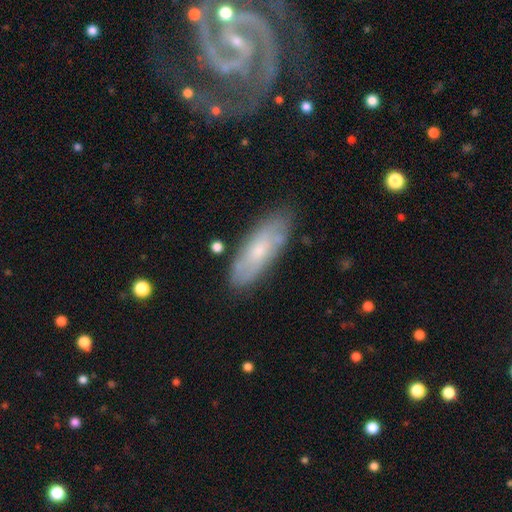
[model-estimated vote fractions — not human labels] A smooth galaxy with no disk features (50%). Merging: none (81%).